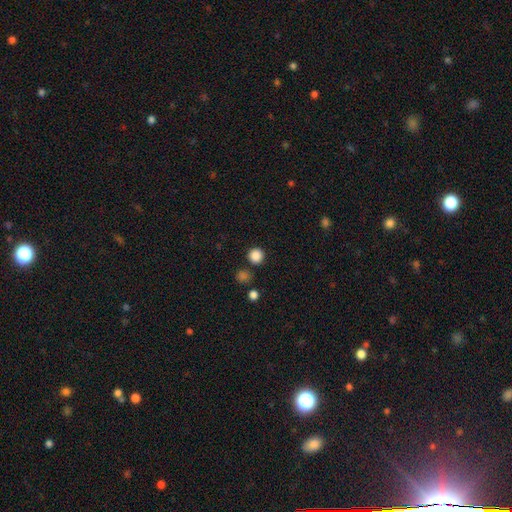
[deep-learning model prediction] Smooth or featured? smooth (86%)
How rounded? round (95%)
Merging? none (85%)